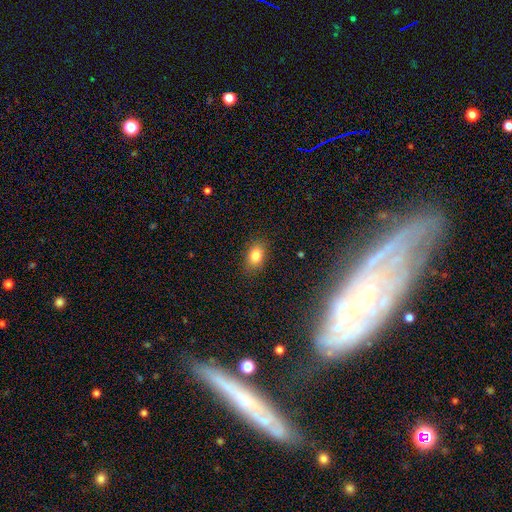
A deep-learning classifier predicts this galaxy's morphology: Smooth or featured: smooth — 83% (star or artifact — 9%)
How rounded: in between — 85% (round — 13%)
Merging: none — 86% (minor disturbance — 10%)